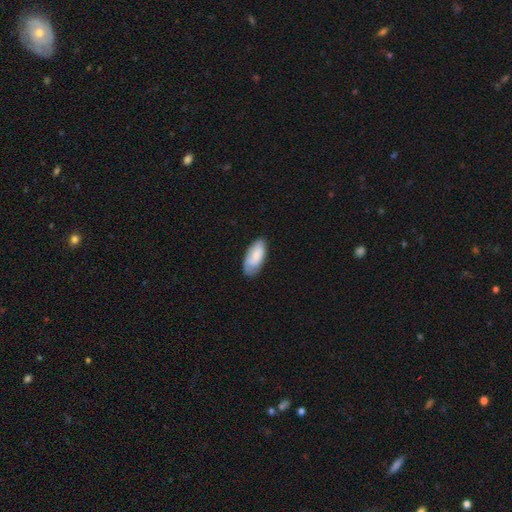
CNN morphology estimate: smooth_or_featured: smooth (p=0.74) [alt: featured or disk p=0.20]
how_rounded: in between (p=0.90) [alt: cigar-shaped p=0.09]
merging: none (p=0.72) [alt: minor disturbance p=0.23]